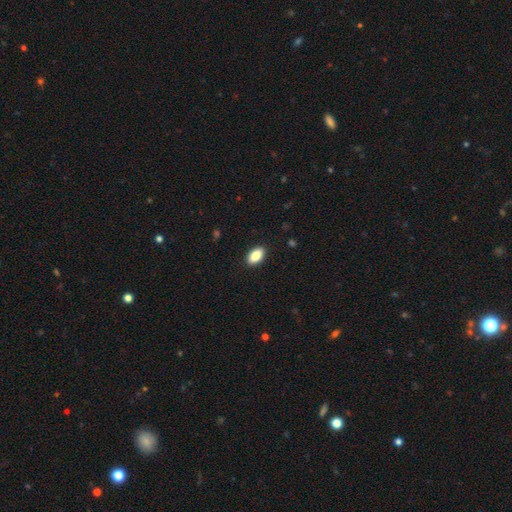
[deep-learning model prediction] Smooth or featured? Predicted: smooth (p=0.87). How rounded? Predicted: in between (p=0.92). Merging? Predicted: none (p=0.89).